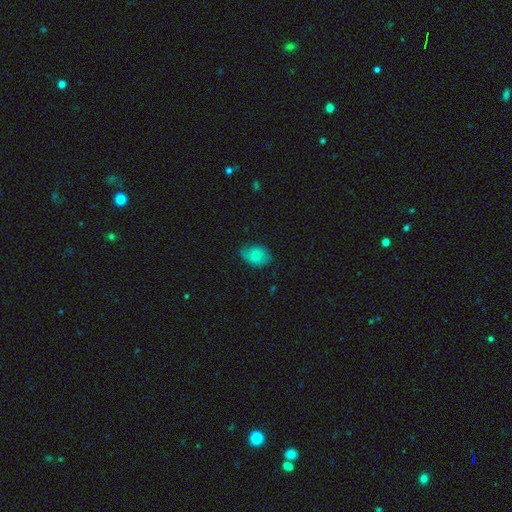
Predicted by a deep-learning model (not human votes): Q: Smooth or featured?
A: smooth (75%); runner-up: featured or disk (17%)
Q: How rounded?
A: in between (82%); runner-up: round (16%)
Q: Merging?
A: none (68%); runner-up: minor disturbance (26%)